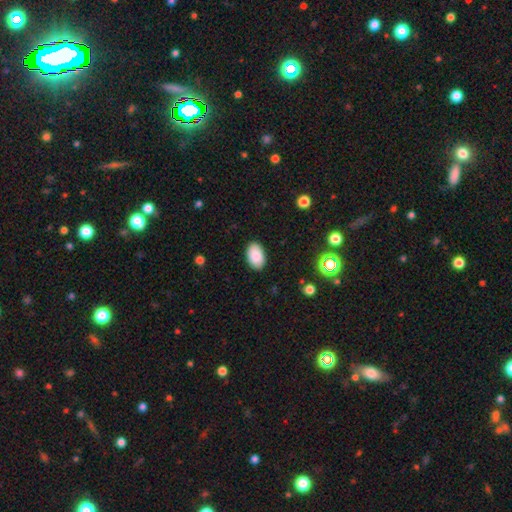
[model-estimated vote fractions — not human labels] smooth_or_featured: smooth (p=0.87) [alt: star or artifact p=0.07]
how_rounded: in between (p=0.93) [alt: round p=0.06]
merging: none (p=0.88) [alt: minor disturbance p=0.09]